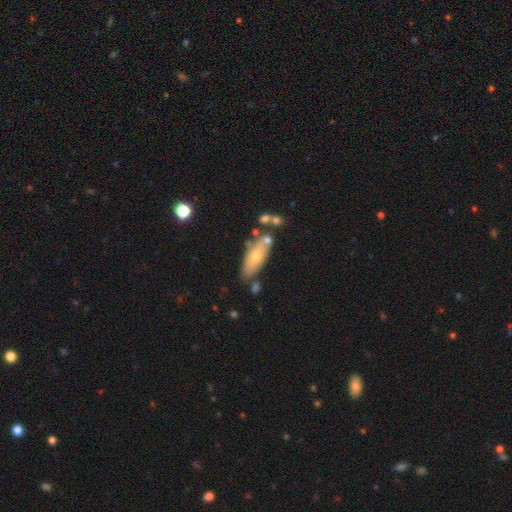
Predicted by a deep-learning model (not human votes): A smooth galaxy with no disk features (60%) that is in between round and cigar-shaped (70%).

Vote fractions:
- Smooth or featured? smooth: 60% / featured or disk: 33% / star or artifact: 7%
- How rounded? in between: 70% / cigar-shaped: 27% / round: 3%
- Merging? none: 61% / minor disturbance: 19% / merger: 14% / major disturbance: 6%